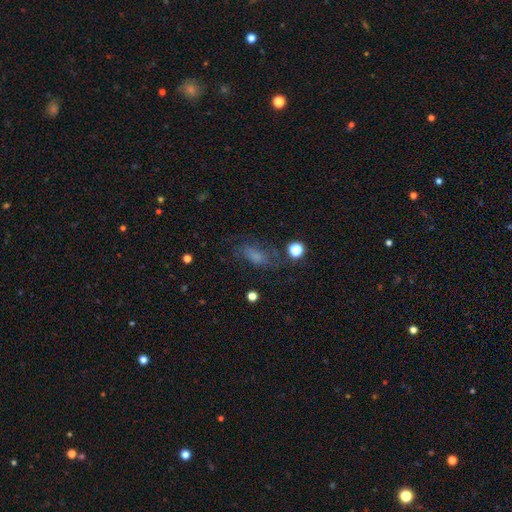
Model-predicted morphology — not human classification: This appears to be a smooth galaxy with no disk features (51%) that is in between round and cigar-shaped (76%). Merging: none (55%).